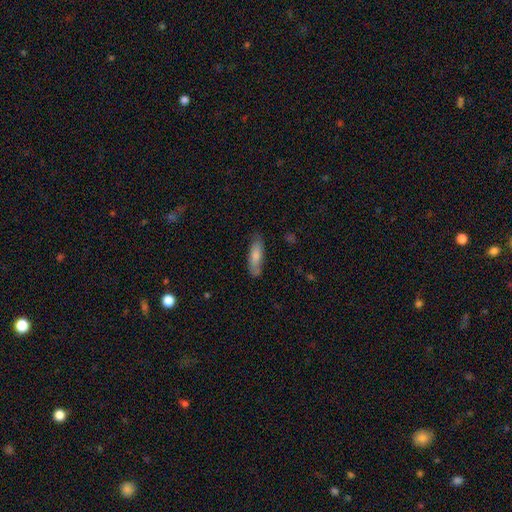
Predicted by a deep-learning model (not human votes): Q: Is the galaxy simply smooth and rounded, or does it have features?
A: smooth — 76%.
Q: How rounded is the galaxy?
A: cigar-shaped — 57%.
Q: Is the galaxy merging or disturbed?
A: none — 77%.